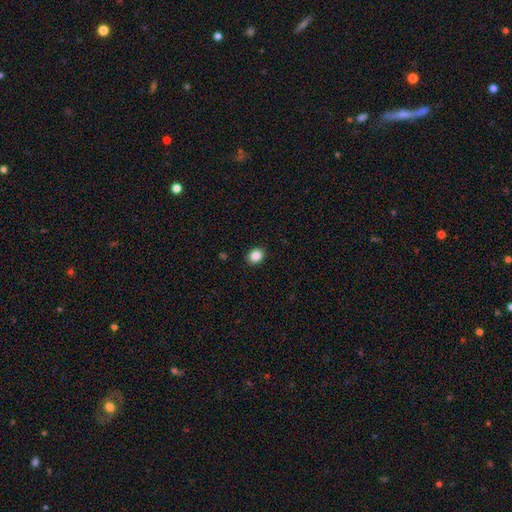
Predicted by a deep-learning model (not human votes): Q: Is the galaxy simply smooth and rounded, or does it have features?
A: smooth — 86%.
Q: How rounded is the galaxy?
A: round — 51%.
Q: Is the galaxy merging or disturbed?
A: none — 91%.